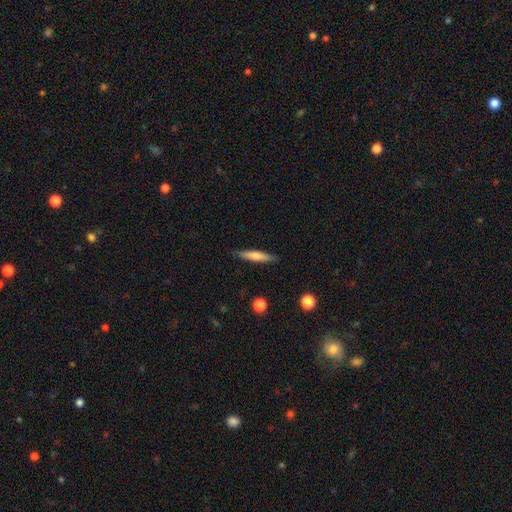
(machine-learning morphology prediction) Overall: smooth (60%; featured or disk 33%). How rounded: cigar-shaped (89%). Merging: none (88%).